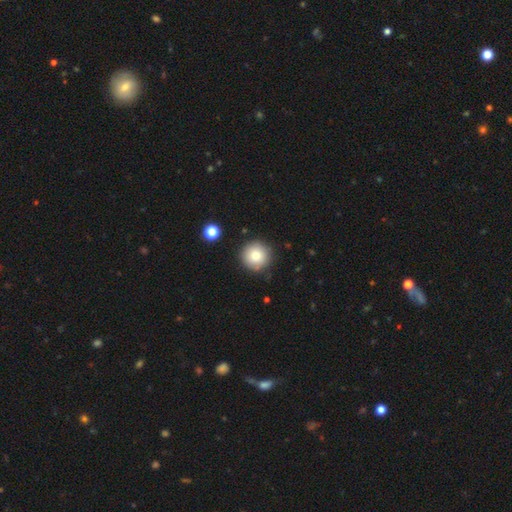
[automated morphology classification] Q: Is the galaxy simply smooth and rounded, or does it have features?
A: smooth — 80%.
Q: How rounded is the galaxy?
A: round — 96%.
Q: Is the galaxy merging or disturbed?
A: none — 87%.